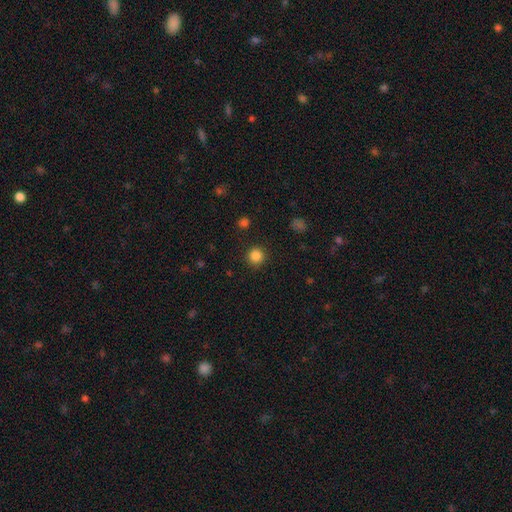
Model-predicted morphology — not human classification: Smooth or featured? smooth (85%)
How rounded? round (94%)
Merging? none (91%)